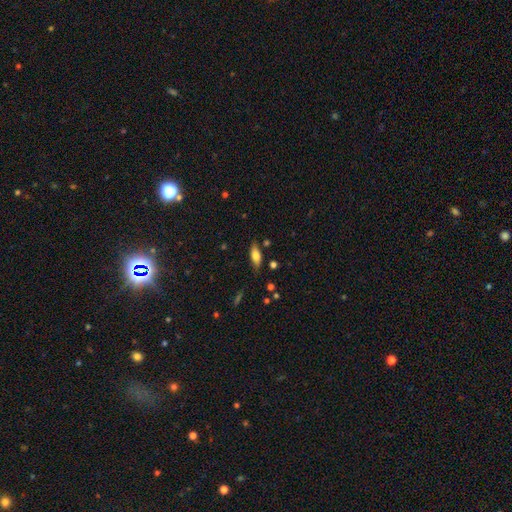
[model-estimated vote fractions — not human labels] Smooth or featured: smooth — 71% (featured or disk — 21%)
How rounded: in between — 74% (cigar-shaped — 23%)
Merging: none — 76% (minor disturbance — 18%)